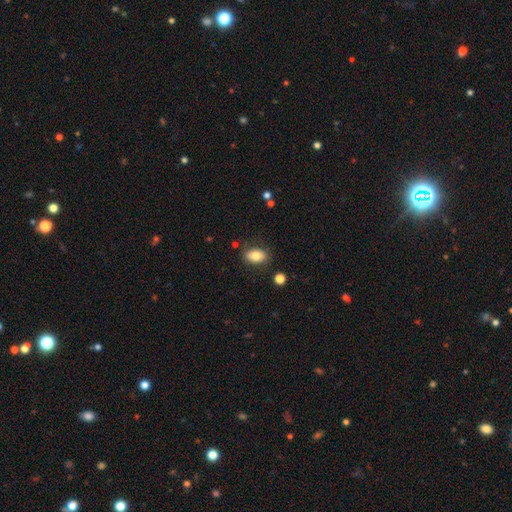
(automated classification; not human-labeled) A smooth galaxy with no disk features (80%) that is in between round and cigar-shaped (89%). Merging: none (81%).